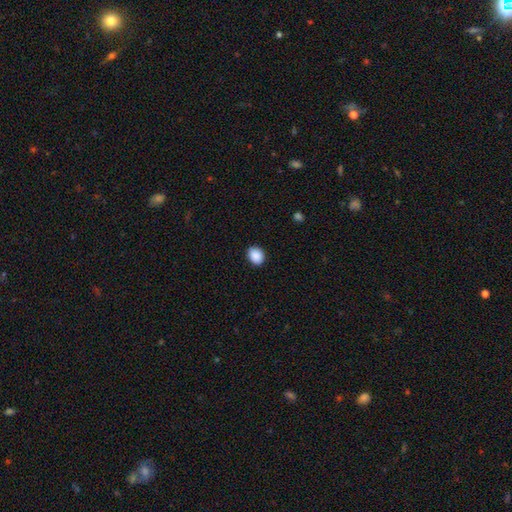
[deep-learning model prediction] smooth 90%, star or artifact 8%, featured or disk 2%. Down the decision tree: how rounded — in between (51%); merging — none (89%).